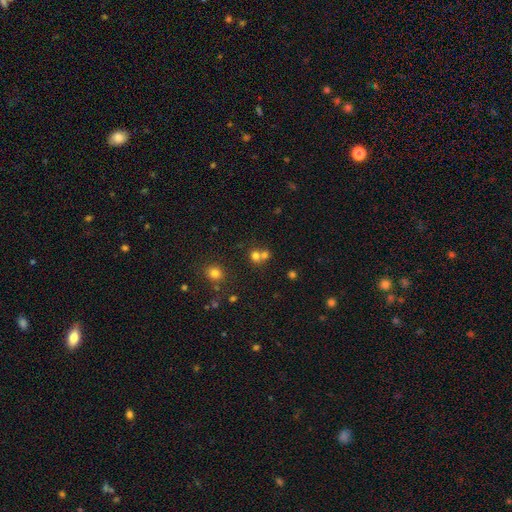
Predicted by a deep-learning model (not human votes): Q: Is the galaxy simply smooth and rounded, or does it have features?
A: smooth — 70%.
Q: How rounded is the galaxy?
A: round — 80%.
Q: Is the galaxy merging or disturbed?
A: merger — 47%.